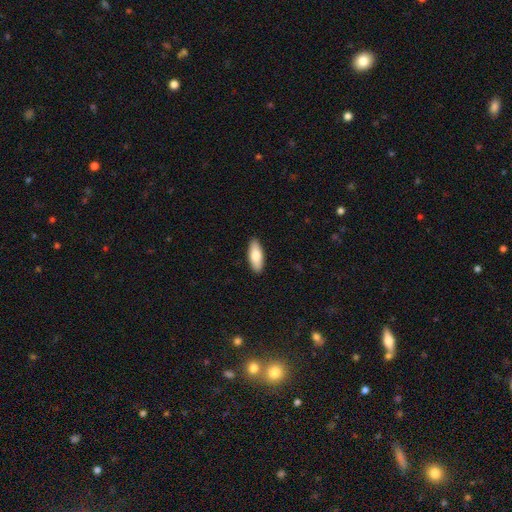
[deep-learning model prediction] Smooth or featured? Predicted: smooth (p=0.81). How rounded? Predicted: in between (p=0.70). Merging? Predicted: none (p=0.90).